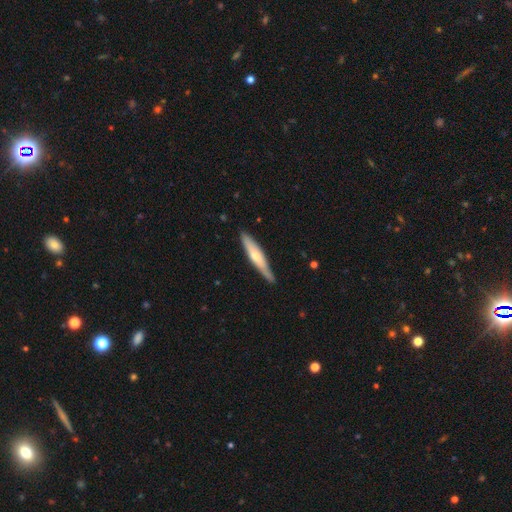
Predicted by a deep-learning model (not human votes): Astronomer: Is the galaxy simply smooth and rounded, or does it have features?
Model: featured or disk — 49% (runner-up: smooth, 46%).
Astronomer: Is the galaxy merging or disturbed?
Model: none — 82%.